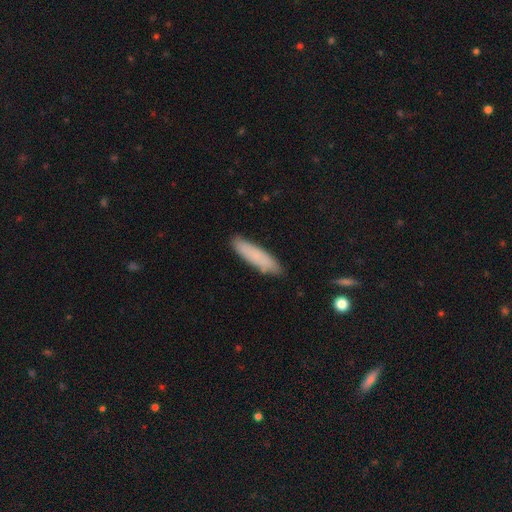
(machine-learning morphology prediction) Smooth or featured: smooth — 79% (featured or disk — 14%)
How rounded: cigar-shaped — 73% (in between — 26%)
Merging: none — 84% (minor disturbance — 12%)